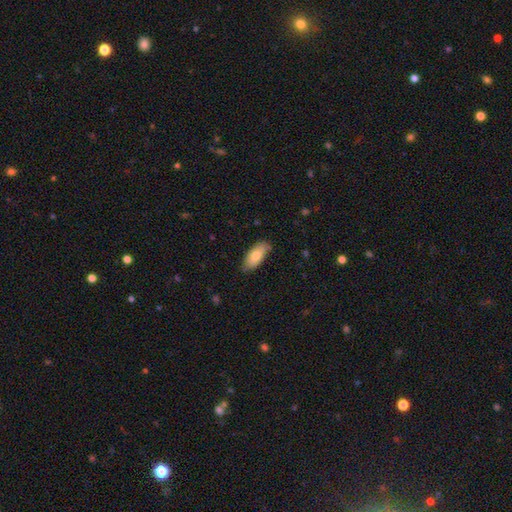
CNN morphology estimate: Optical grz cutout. It shows a smooth galaxy with no disk features (79%) that is in between round and cigar-shaped (85%). Merging: none (82%).